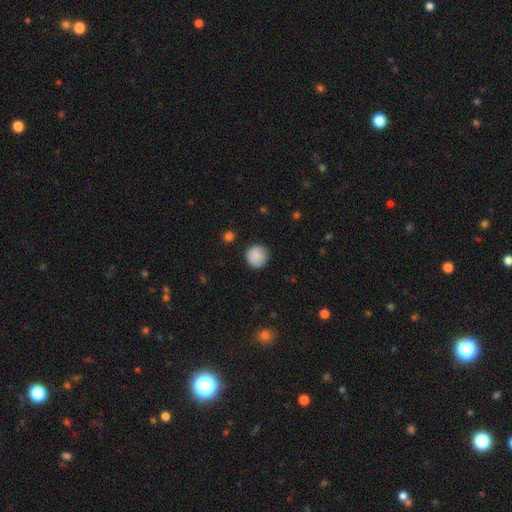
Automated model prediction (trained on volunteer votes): Smooth or featured? Predicted: smooth (p=0.85). How rounded? Predicted: round (p=0.93). Merging? Predicted: none (p=0.84).